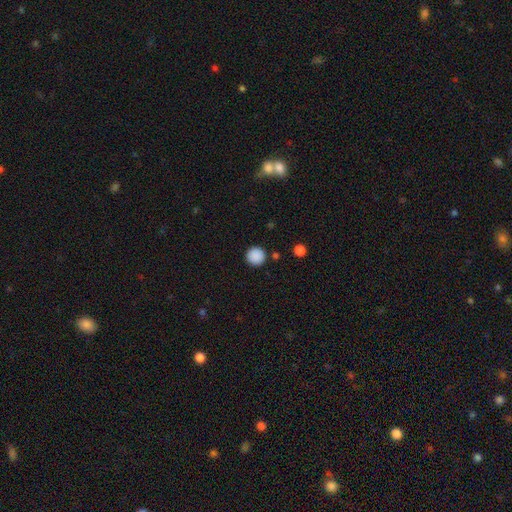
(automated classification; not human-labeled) This appears to be a smooth galaxy with no disk features (88%) that is round (95%). Merging: none (90%).